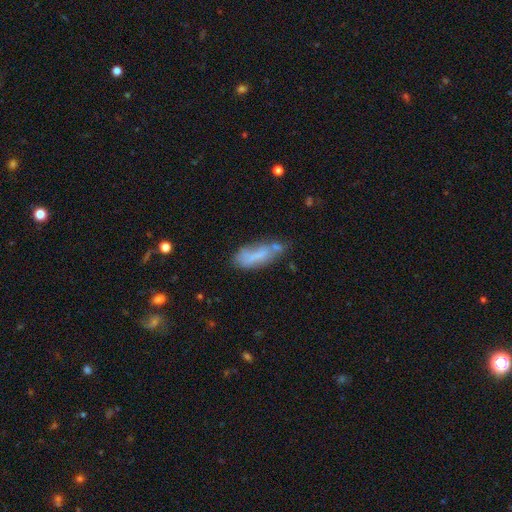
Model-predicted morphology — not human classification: Q: Smooth or featured?
A: smooth (61%); runner-up: featured or disk (30%)
Q: How rounded?
A: in between (62%); runner-up: cigar-shaped (35%)
Q: Merging?
A: none (41%); runner-up: minor disturbance (29%)